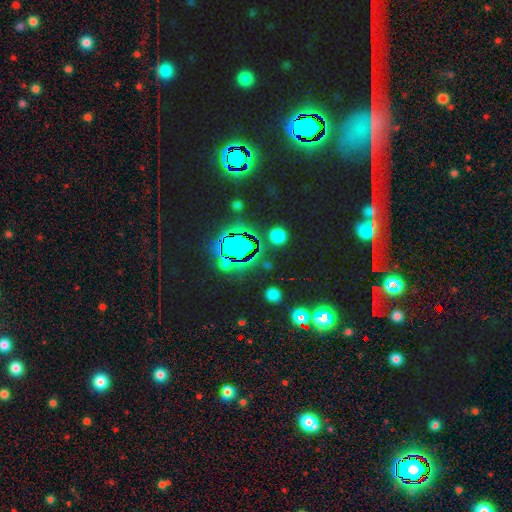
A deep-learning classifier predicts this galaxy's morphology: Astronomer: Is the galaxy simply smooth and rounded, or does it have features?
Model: star or artifact — 77%.